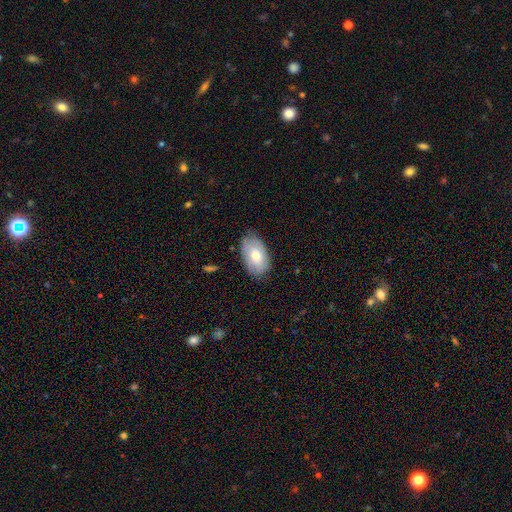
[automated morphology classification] smooth_or_featured: smooth (p=0.66) [alt: featured or disk p=0.28]
how_rounded: in between (p=0.93) [alt: round p=0.06]
merging: none (p=0.80) [alt: minor disturbance p=0.16]